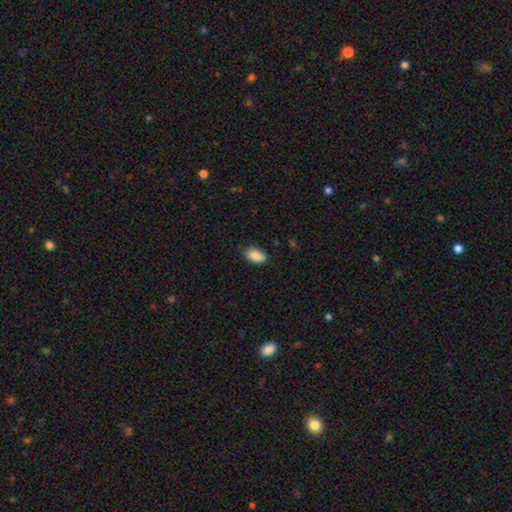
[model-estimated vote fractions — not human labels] Smooth or featured? smooth (89%)
How rounded? in between (93%)
Merging? none (83%)